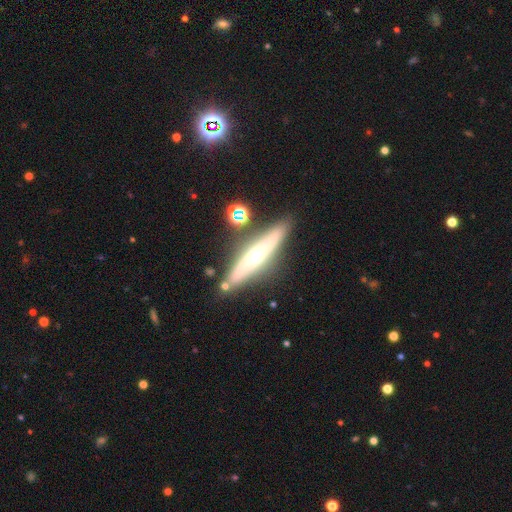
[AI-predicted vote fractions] A featured or disk galaxy (58%) viewed edge-on (84%).

Vote fractions:
- Smooth or featured? featured or disk: 58% / smooth: 34% / star or artifact: 9%
- Edge-on disk? yes: 84% / no: 16%
- Merging? none: 78% / minor disturbance: 13% / merger: 6% / major disturbance: 3%